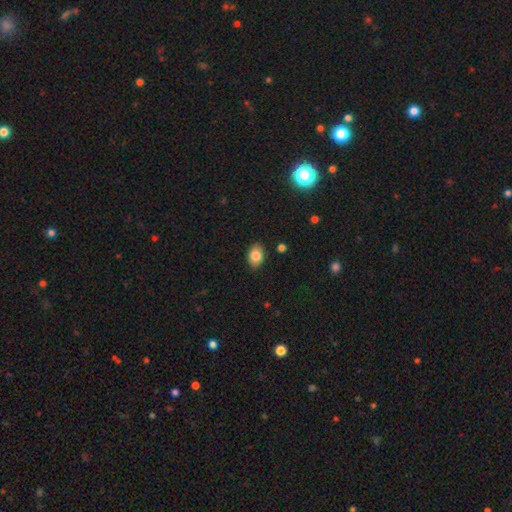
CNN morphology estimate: A smooth galaxy with no disk features (83%) that is in between round and cigar-shaped (82%).

Vote fractions:
- Smooth or featured? smooth: 83% / featured or disk: 9% / star or artifact: 8%
- How rounded? in between: 82% / round: 16% / cigar-shaped: 1%
- Merging? none: 87% / minor disturbance: 10% / major disturbance: 2% / merger: 1%